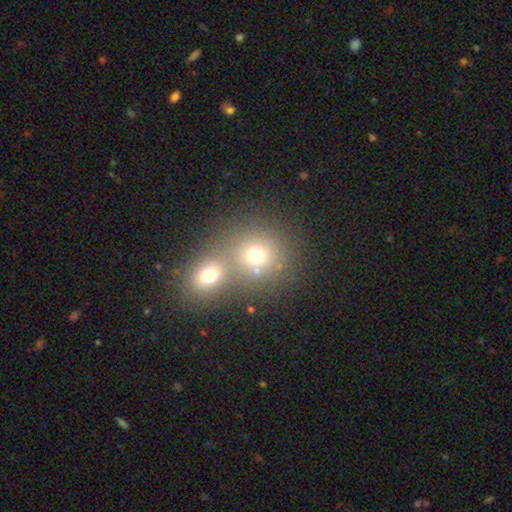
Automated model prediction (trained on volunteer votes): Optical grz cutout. It shows a smooth galaxy with no disk features (71%) that is round (81%). Merging: merger (54%).